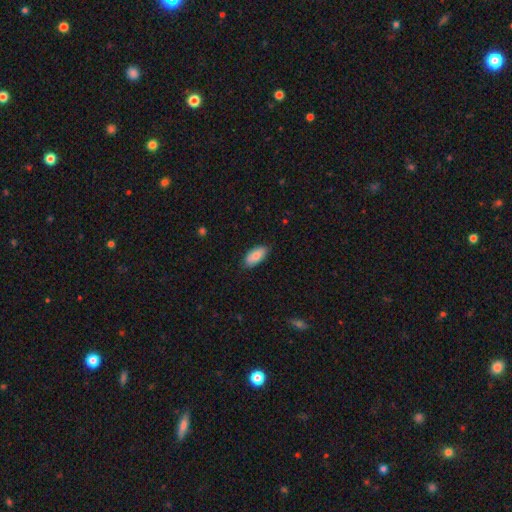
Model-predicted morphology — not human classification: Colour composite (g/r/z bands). It shows a smooth galaxy with no disk features (80%) that is in between round and cigar-shaped (90%). Merging: none (83%).